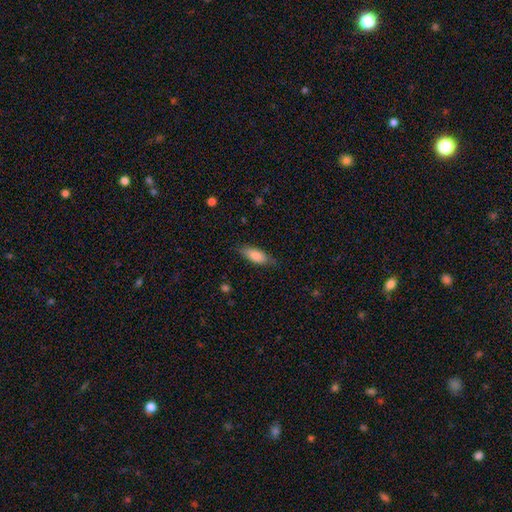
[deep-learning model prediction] This is clearly a smooth galaxy (81%). How rounded: likely in between (73%). Merging: likely none (76%).